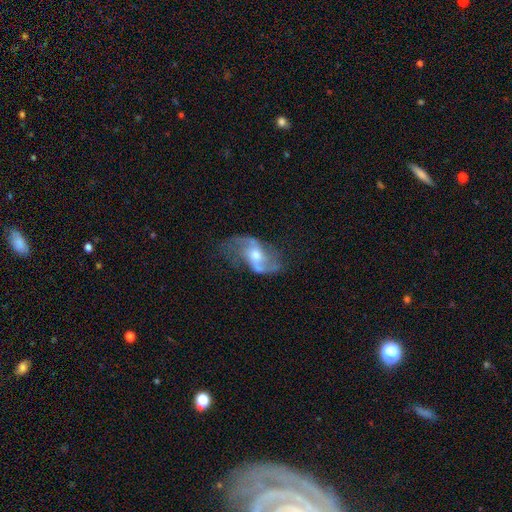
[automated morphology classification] Smooth or featured? featured or disk (84%)
Edge-on disk? no (96%)
Bar? weak (45%)
Spiral arms? yes (93%)
Spiral winding? loose (65%)
Spiral arm count? 2 (87%)
Bulge size? moderate (65%)
Merging? none (56%)